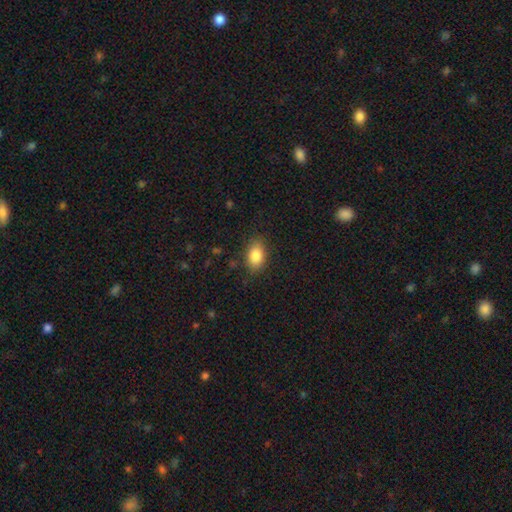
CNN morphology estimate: Q: Smooth or featured?
A: smooth (85%); runner-up: star or artifact (8%)
Q: How rounded?
A: in between (86%); runner-up: round (12%)
Q: Merging?
A: none (84%); runner-up: minor disturbance (12%)